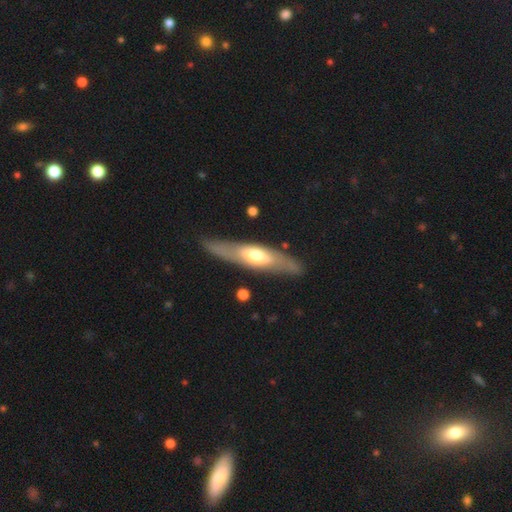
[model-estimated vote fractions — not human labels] Smooth or featured: featured or disk — 52% (smooth — 43%)
Edge-on disk: yes — 66% (no — 34%)
Merging: none — 81% (minor disturbance — 13%)